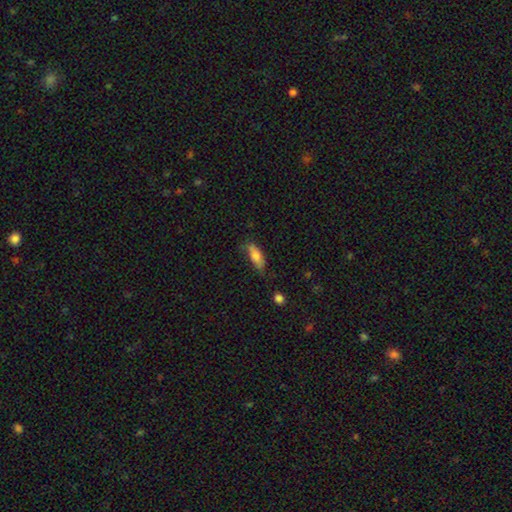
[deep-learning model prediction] smooth-or-featured: smooth: 77% | featured or disk: 16% | star or artifact: 7%
  how-rounded: in between: 72% | cigar-shaped: 26% | round: 2%
  merging: none: 60% | minor disturbance: 29% | major disturbance: 8% | merger: 3%